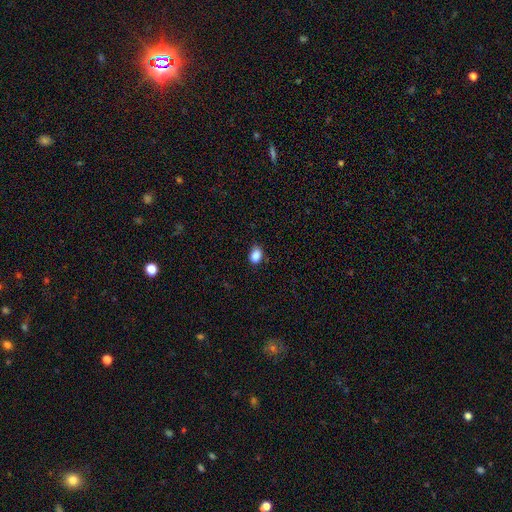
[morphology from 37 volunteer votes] This is clearly a smooth galaxy (95%). How rounded: likely in between (63%). Merging: likely none (60%).